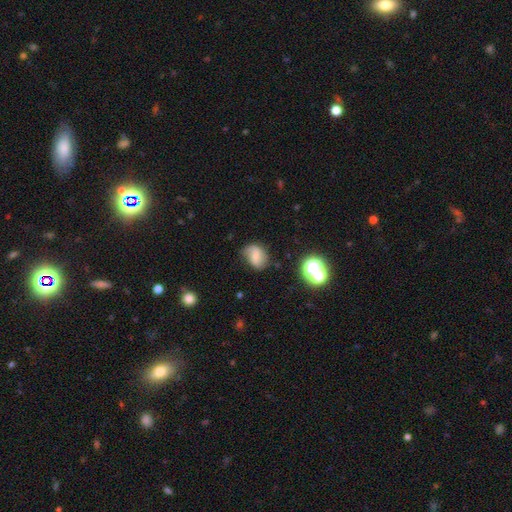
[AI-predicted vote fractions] Smooth or featured? smooth (54%)
How rounded? in between (56%)
Merging? none (56%)